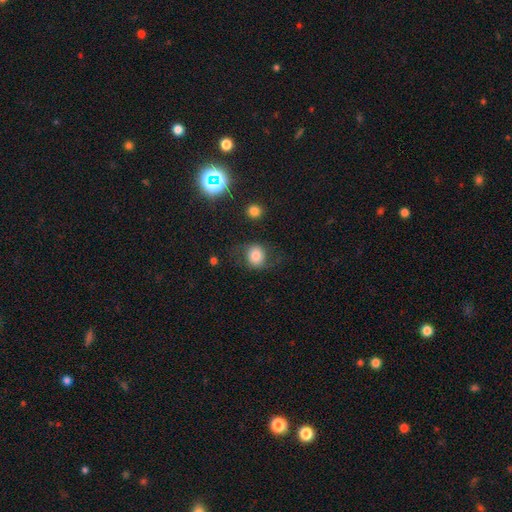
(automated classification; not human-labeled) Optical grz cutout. It shows a smooth galaxy with no disk features (69%) that is round (71%). Merging: none (63%).